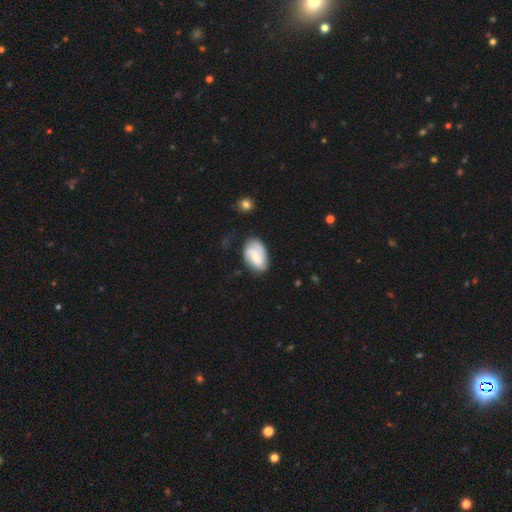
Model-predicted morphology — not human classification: Overall: featured or disk (61%; smooth 33%). Edge-on disk: no (97%). Bar: no (51%; weak 40%). Spiral arms: yes (91%). Spiral arm count: 2 (47%; 3 23%). Spiral winding: medium (41%; tight 36%). Bulge size: small (45%; moderate 44%). Merging: none (68%).